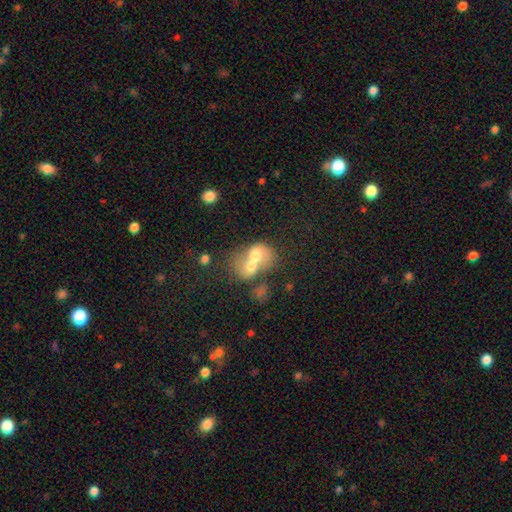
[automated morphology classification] Smooth or featured?
  - smooth: 61% *
  - featured or disk: 30%
  - star or artifact: 9%
How rounded?
  - round: 52% *
  - in between: 46%
  - cigar-shaped: 1%
Merging?
  - merger: 79% *
  - none: 11%
  - major disturbance: 5%
  - minor disturbance: 5%